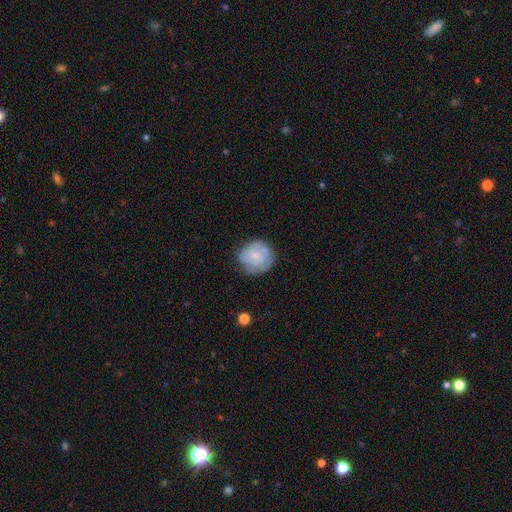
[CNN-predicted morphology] A featured or disk galaxy (56%) with no bar (75%), spiral arms (74%) and a small central bulge (62%). Merging: none (69%).